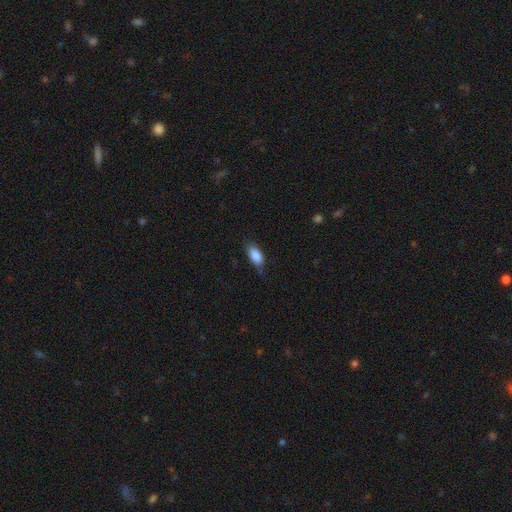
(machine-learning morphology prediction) A smooth galaxy with no disk features (85%) that is in between round and cigar-shaped (89%).

Vote fractions:
- Smooth or featured? smooth: 85% / featured or disk: 8% / star or artifact: 7%
- How rounded? in between: 89% / cigar-shaped: 7% / round: 4%
- Merging? none: 65% / minor disturbance: 27% / major disturbance: 7% / merger: 2%